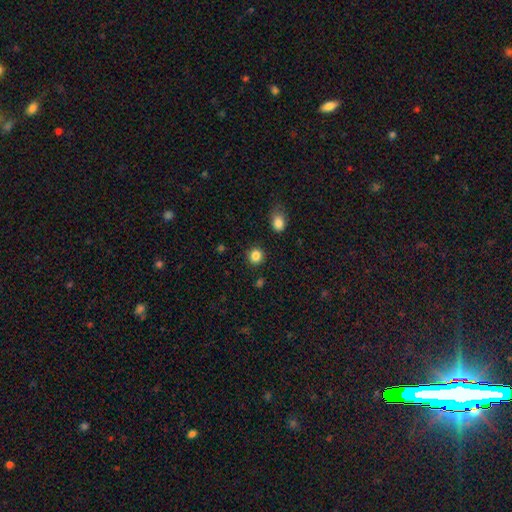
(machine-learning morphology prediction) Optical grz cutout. It shows a smooth galaxy with no disk features (85%) that is round (90%). Merging: none (89%).